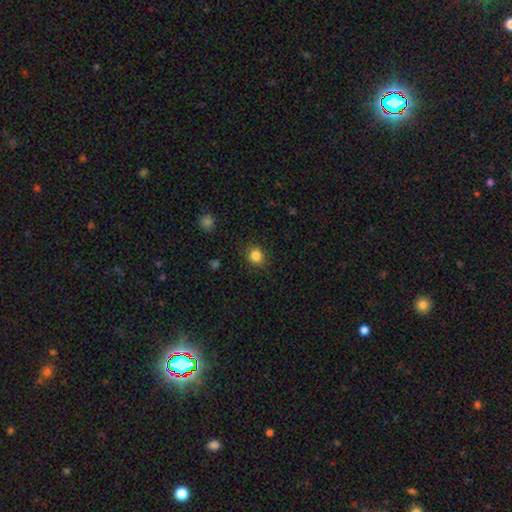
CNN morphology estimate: Smooth or featured? smooth (85%)
How rounded? round (80%)
Merging? none (88%)